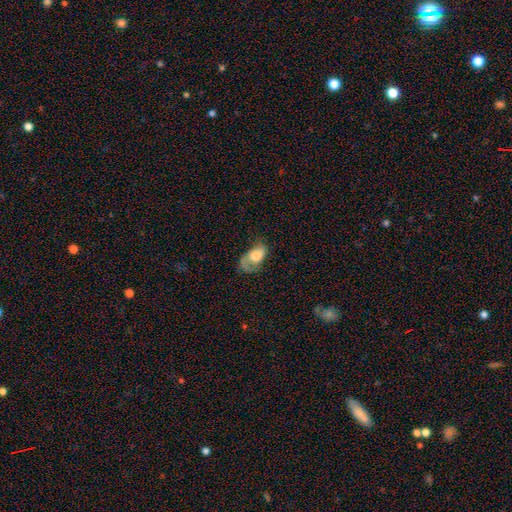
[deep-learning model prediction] Q: Smooth or featured?
A: smooth (52%); runner-up: featured or disk (41%)
Q: How rounded?
A: in between (88%); runner-up: round (9%)
Q: Merging?
A: none (36%); runner-up: major disturbance (34%)